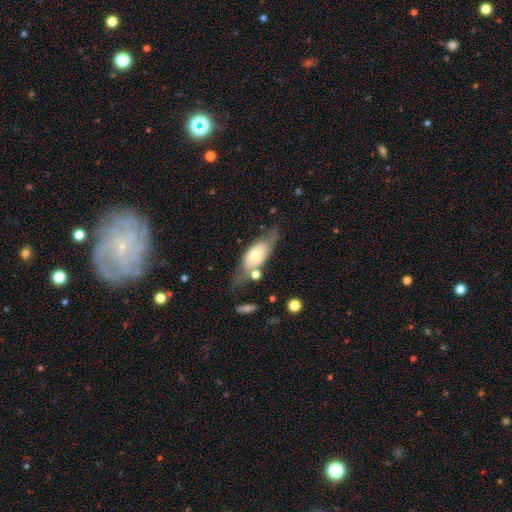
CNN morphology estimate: A smooth galaxy with no disk features (52%) that is in between round and cigar-shaped (78%).

Vote fractions:
- Smooth or featured? smooth: 52% / featured or disk: 41% / star or artifact: 6%
- How rounded? in between: 78% / cigar-shaped: 18% / round: 4%
- Merging? none: 52% / minor disturbance: 24% / major disturbance: 13% / merger: 12%